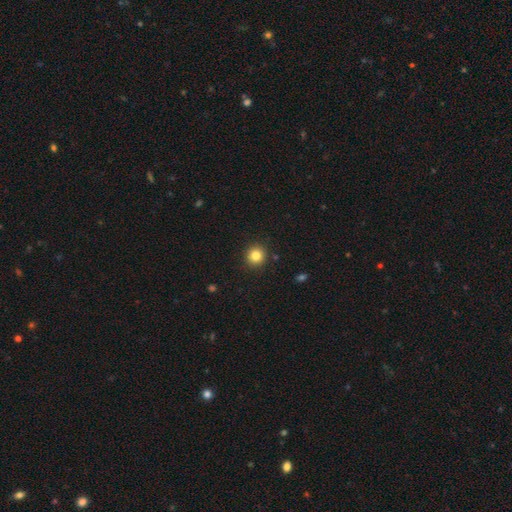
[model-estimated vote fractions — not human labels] This is clearly a smooth galaxy (83%). How rounded: clearly round (92%). Merging: clearly none (91%).